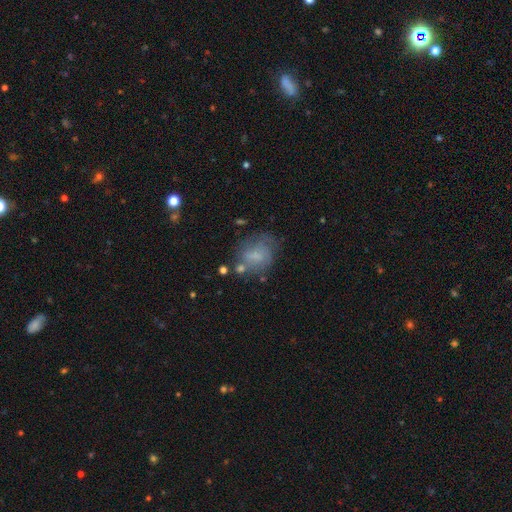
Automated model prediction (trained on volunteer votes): Morphology: type=smooth (54%); roundness=in between (55%); merging=none (49%).